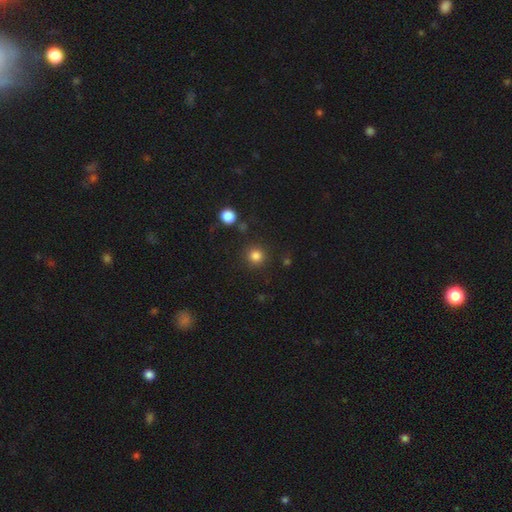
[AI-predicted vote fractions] Q: Smooth or featured?
A: smooth (83%); runner-up: star or artifact (13%)
Q: How rounded?
A: round (94%); runner-up: in between (5%)
Q: Merging?
A: none (88%); runner-up: minor disturbance (6%)